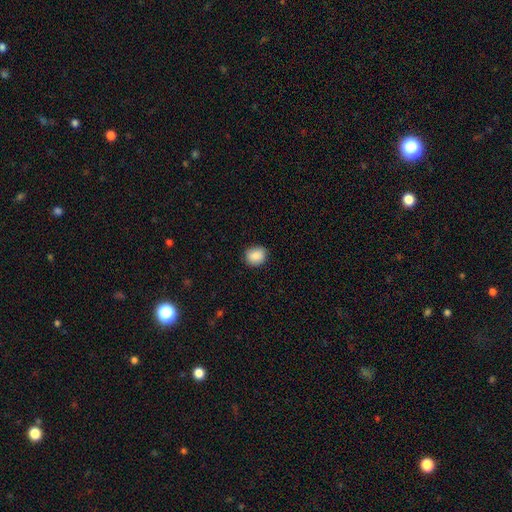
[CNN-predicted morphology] Q: Smooth or featured?
A: smooth (88%); runner-up: star or artifact (8%)
Q: How rounded?
A: round (75%); runner-up: in between (24%)
Q: Merging?
A: none (87%); runner-up: minor disturbance (10%)